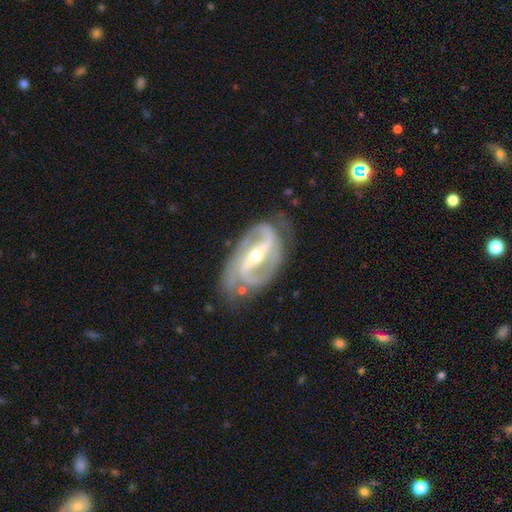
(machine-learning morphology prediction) smooth_or_featured: featured or disk (p=0.92) [alt: star or artifact p=0.04]
disk_edge_on: no (p=0.97) [alt: yes p=0.03]
bar: strong (p=0.63) [alt: weak p=0.25]
has_spiral_arms: yes (p=0.98) [alt: no p=0.02]
spiral_winding: medium (p=0.55) [alt: tight p=0.27]
spiral_arm_count: 2 (p=0.89) [alt: 3 p=0.05]
bulge_size: moderate (p=0.49) [alt: small p=0.47]
merging: none (p=0.74) [alt: minor disturbance p=0.18]